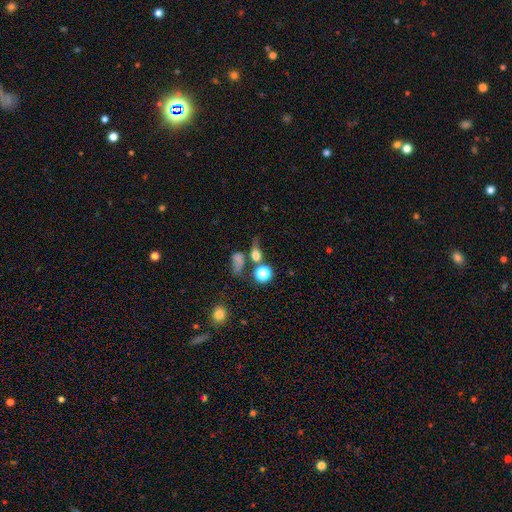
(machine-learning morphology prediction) This is likely a smooth galaxy (64%). How rounded: possibly round (54%). Merging: marginally none (41%).